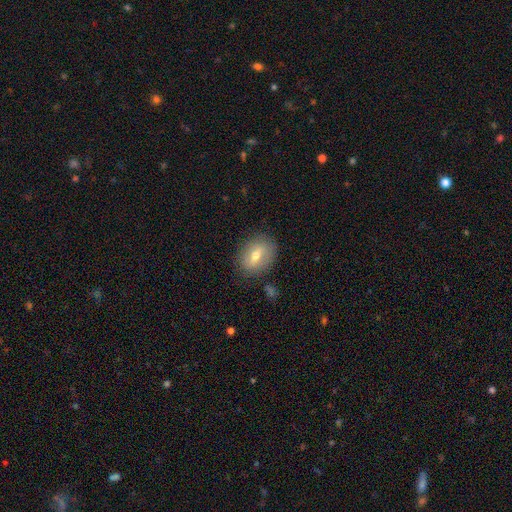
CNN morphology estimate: A smooth galaxy with no disk features (61%) that is in between round and cigar-shaped (68%). Merging: none (82%).